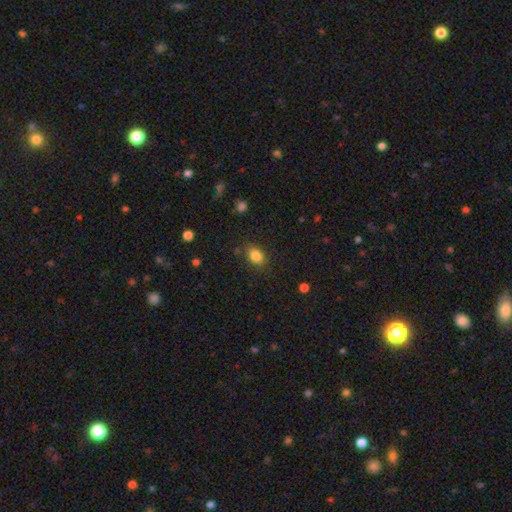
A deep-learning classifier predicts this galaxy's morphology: Q: Smooth or featured?
A: smooth (84%); runner-up: star or artifact (10%)
Q: How rounded?
A: in between (76%); runner-up: round (22%)
Q: Merging?
A: none (82%); runner-up: minor disturbance (13%)